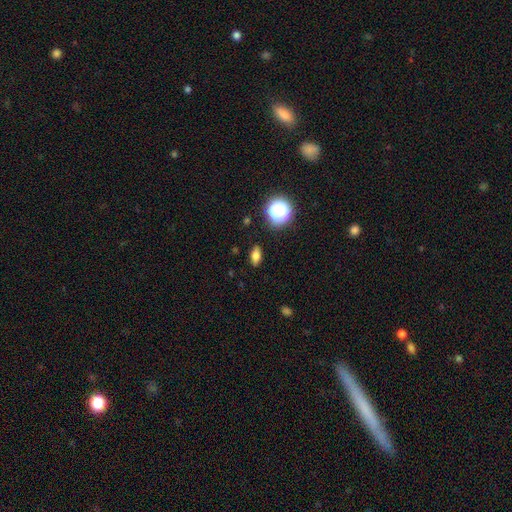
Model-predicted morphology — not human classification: smooth_or_featured: smooth (p=0.73) [alt: star or artifact p=0.14]
how_rounded: in between (p=0.79) [alt: round p=0.13]
merging: none (p=0.87) [alt: minor disturbance p=0.09]